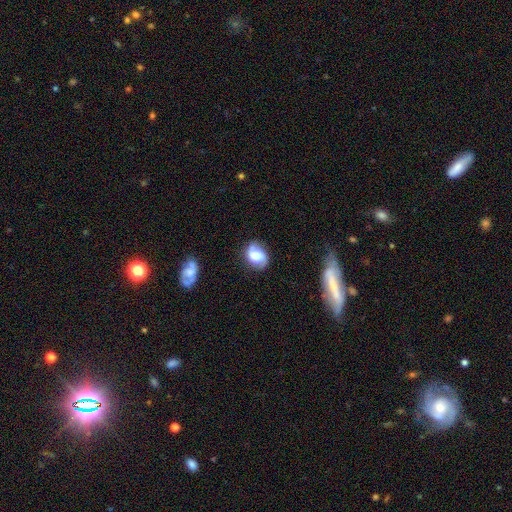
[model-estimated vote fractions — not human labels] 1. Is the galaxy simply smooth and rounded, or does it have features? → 59% featured or disk, 33% smooth, 8% star or artifact.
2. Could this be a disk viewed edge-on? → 97% no, 3% yes.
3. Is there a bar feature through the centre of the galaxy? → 56% no, 35% weak, 10% strong.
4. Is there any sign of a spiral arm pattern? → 88% yes, 12% no.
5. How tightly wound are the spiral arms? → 43% medium, 34% loose, 23% tight.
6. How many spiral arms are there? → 85% 2, 6% 1, 6% can't tell, 1% 3, 1% 4, 1% more than 4.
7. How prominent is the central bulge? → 48% large, 31% moderate, 9% dominant, 7% small, 4% none.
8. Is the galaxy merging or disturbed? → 68% none, 22% minor disturbance, 7% major disturbance, 3% merger.